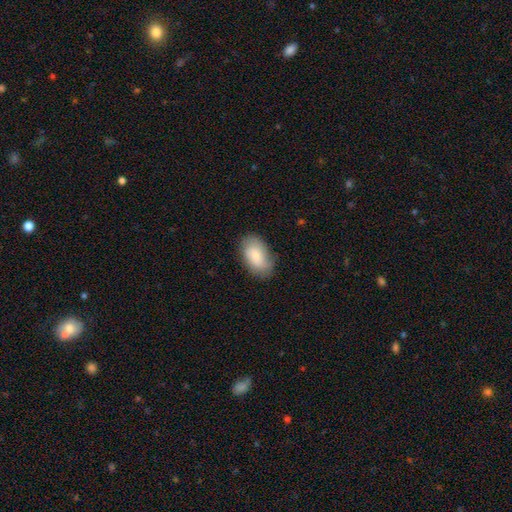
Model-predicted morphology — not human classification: A smooth galaxy with no disk features (73%) that is in between round and cigar-shaped (92%).

Vote fractions:
- Smooth or featured? smooth: 73% / featured or disk: 20% / star or artifact: 7%
- How rounded? in between: 92% / round: 6% / cigar-shaped: 2%
- Merging? none: 78% / minor disturbance: 17% / major disturbance: 4% / merger: 1%